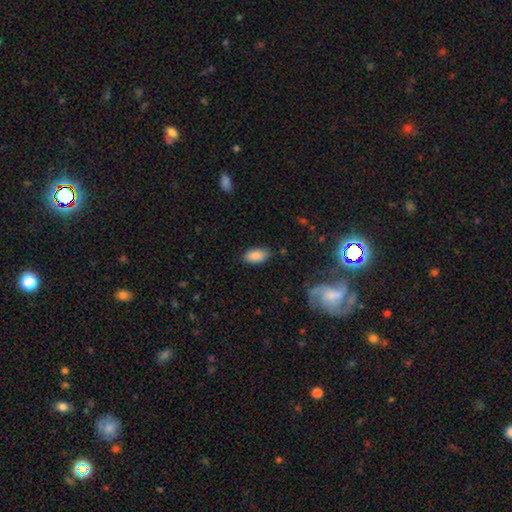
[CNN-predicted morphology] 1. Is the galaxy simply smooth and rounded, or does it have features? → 86% smooth, 7% star or artifact, 7% featured or disk.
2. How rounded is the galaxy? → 93% in between, 4% cigar-shaped, 3% round.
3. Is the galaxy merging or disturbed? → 82% none, 13% minor disturbance, 3% major disturbance, 2% merger.